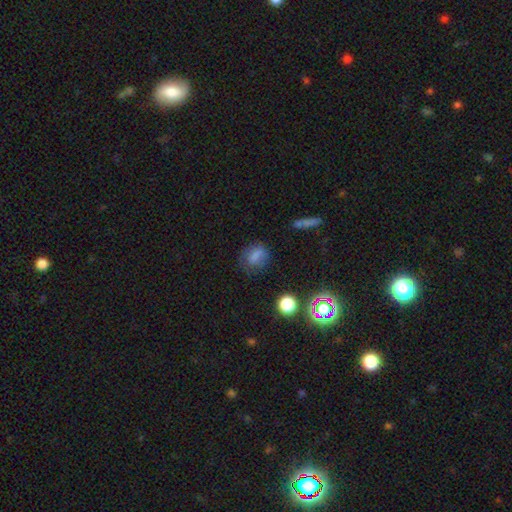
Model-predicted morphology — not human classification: Overall: smooth (75%). How rounded: in between (56%; round 41%). Merging: none (64%).